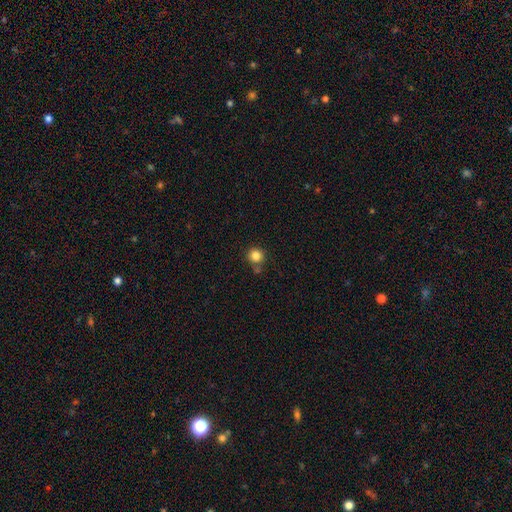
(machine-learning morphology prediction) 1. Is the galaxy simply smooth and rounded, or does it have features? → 83% smooth, 12% star or artifact, 5% featured or disk.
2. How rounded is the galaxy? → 93% round, 6% in between, 1% cigar-shaped.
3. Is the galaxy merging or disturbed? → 76% none, 12% merger, 10% minor disturbance, 3% major disturbance.